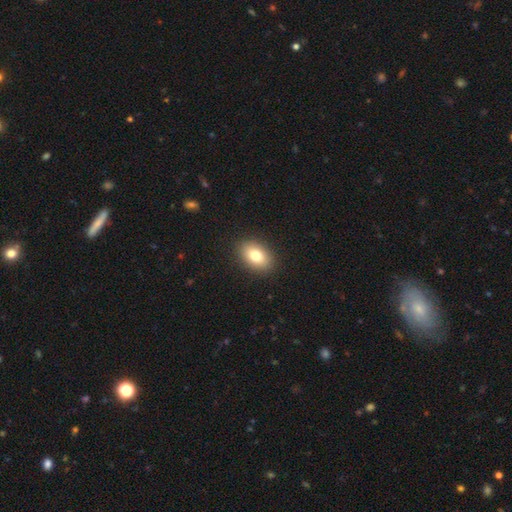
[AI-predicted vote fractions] A smooth galaxy with no disk features (80%) that is in between round and cigar-shaped (85%).

Vote fractions:
- Smooth or featured? smooth: 80% / featured or disk: 12% / star or artifact: 8%
- How rounded? in between: 85% / round: 14% / cigar-shaped: 1%
- Merging? none: 89% / minor disturbance: 7% / major disturbance: 2% / merger: 1%